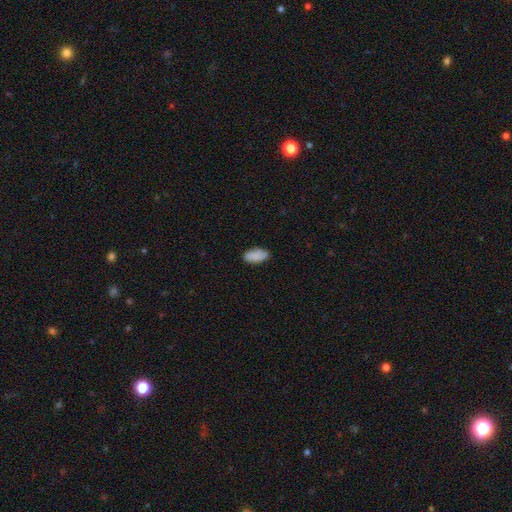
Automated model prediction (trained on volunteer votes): This is clearly a smooth galaxy (86%). How rounded: clearly in between (92%). Merging: clearly none (80%).